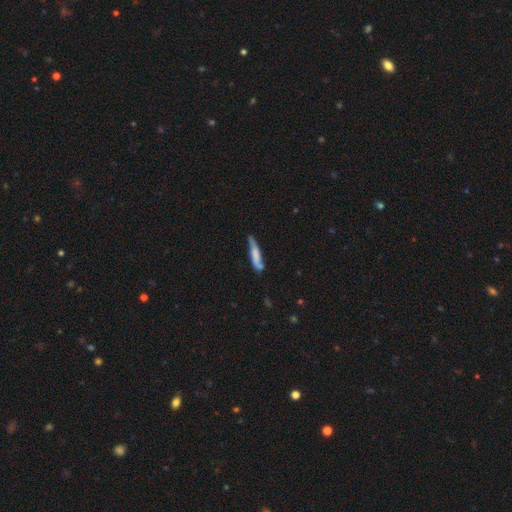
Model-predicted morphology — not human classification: The model was most divided on "merging": none: 56%, minor disturbance: 28%, merger: 8%, major disturbance: 8%. More confident: how rounded — cigar-shaped (85%); smooth or featured — smooth (61%).